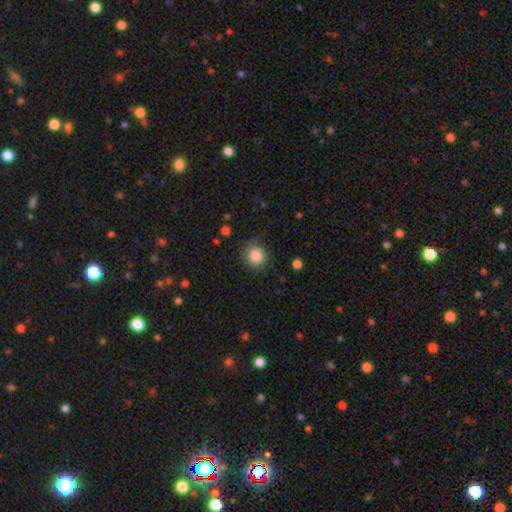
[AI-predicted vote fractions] Smooth or featured? Predicted: smooth (p=0.86). How rounded? Predicted: round (p=0.88). Merging? Predicted: none (p=0.77).